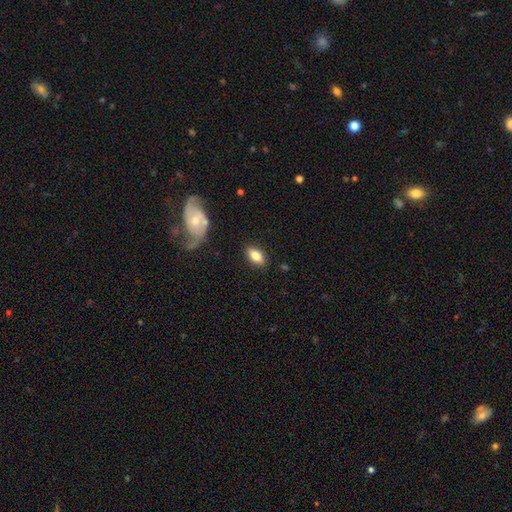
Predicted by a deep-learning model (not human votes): Smooth or featured?
  - smooth: 78% *
  - featured or disk: 14%
  - star or artifact: 7%
How rounded?
  - in between: 88% *
  - cigar-shaped: 7%
  - round: 4%
Merging?
  - none: 85% *
  - minor disturbance: 10%
  - major disturbance: 3%
  - merger: 2%